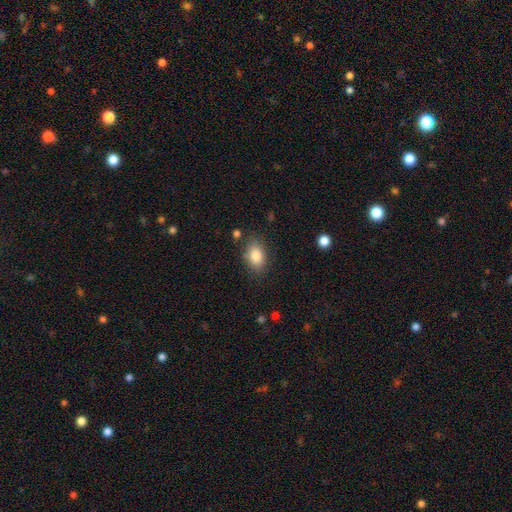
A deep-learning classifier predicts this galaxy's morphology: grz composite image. It shows a smooth galaxy with no disk features (84%) that is in between round and cigar-shaped (87%). Merging: none (79%).